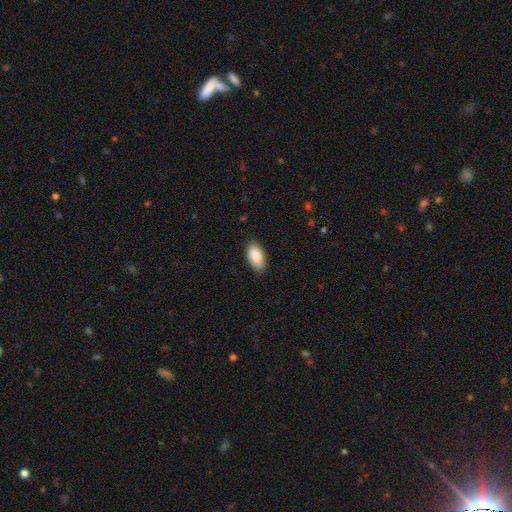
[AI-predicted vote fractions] A smooth galaxy with no disk features (87%) that is in between round and cigar-shaped (93%).

Vote fractions:
- Smooth or featured? smooth: 87% / featured or disk: 7% / star or artifact: 6%
- How rounded? in between: 93% / cigar-shaped: 4% / round: 2%
- Merging? none: 83% / minor disturbance: 14% / major disturbance: 2% / merger: 1%